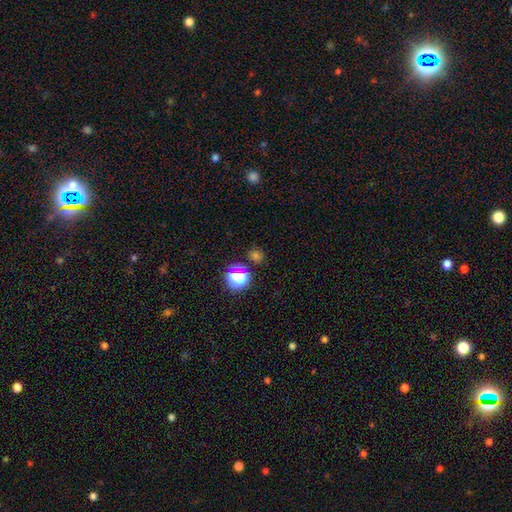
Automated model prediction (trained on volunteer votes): Q: Smooth or featured?
A: smooth (52%); runner-up: star or artifact (42%)
Q: How rounded?
A: round (81%); runner-up: in between (17%)
Q: Merging?
A: none (80%); runner-up: minor disturbance (9%)